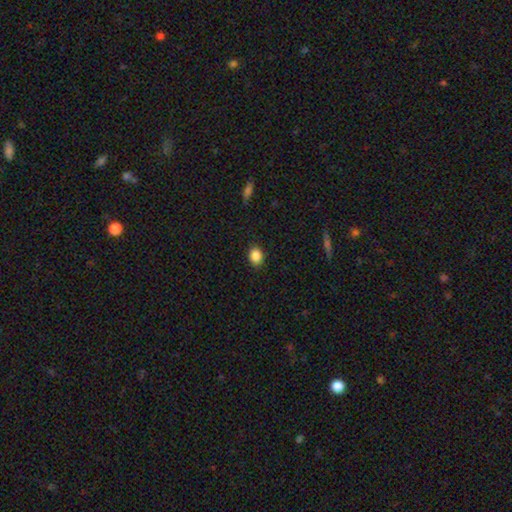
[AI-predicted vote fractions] Overall: smooth (87%). How rounded: in between (51%; round 47%). Merging: none (88%).